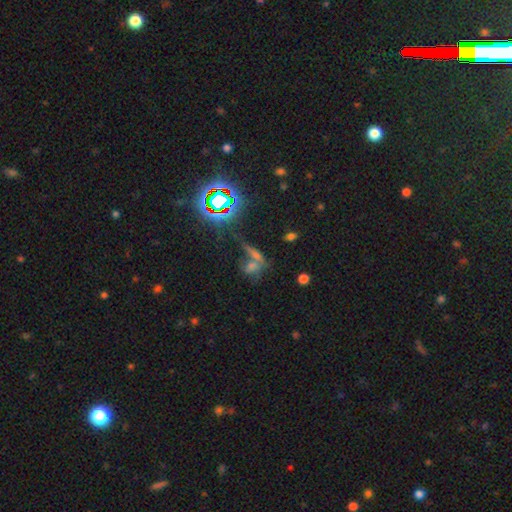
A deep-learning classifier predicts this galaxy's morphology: Smooth or featured? star or artifact (46%)